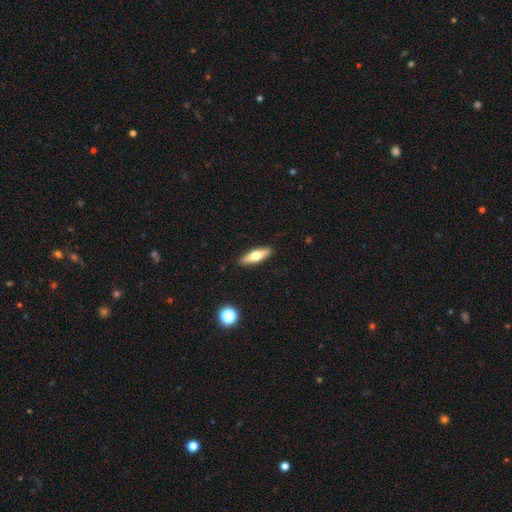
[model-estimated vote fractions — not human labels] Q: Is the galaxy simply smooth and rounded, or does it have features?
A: smooth — 60%.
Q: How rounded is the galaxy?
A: cigar-shaped — 55%.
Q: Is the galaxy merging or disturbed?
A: none — 90%.